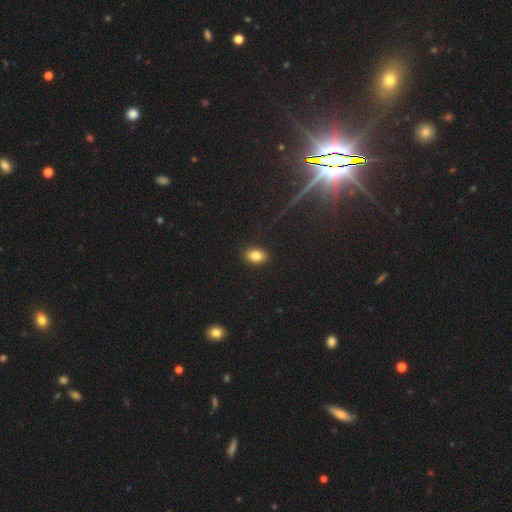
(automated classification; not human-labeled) Q: Smooth or featured?
A: smooth (83%); runner-up: star or artifact (10%)
Q: How rounded?
A: in between (85%); runner-up: round (13%)
Q: Merging?
A: none (88%); runner-up: minor disturbance (9%)